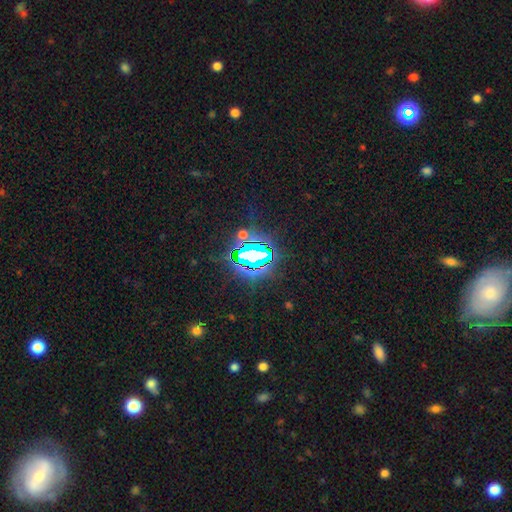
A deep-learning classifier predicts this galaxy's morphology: A star or artifact, not a galaxy (78%).

Vote fractions:
- Smooth or featured? star or artifact: 78% / smooth: 12% / featured or disk: 10%